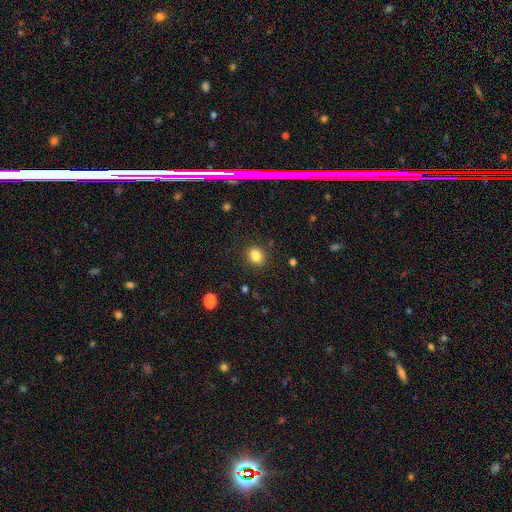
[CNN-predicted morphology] Q: Smooth or featured?
A: smooth (82%); runner-up: star or artifact (12%)
Q: How rounded?
A: round (56%); runner-up: in between (43%)
Q: Merging?
A: none (87%); runner-up: minor disturbance (9%)